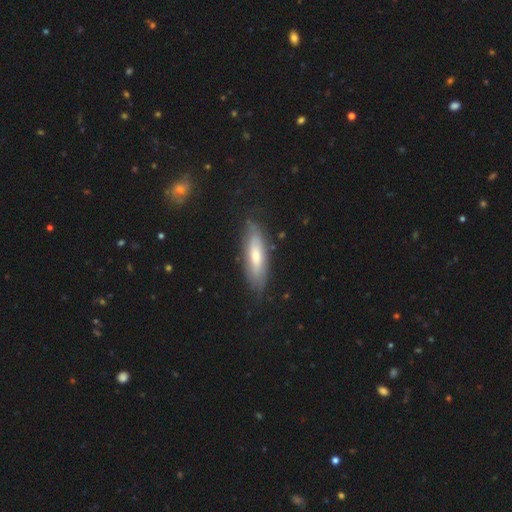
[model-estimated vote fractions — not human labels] Overall: featured or disk (51%; smooth 43%). Edge-on disk: no (56%; yes 44%). Merging: none (78%).